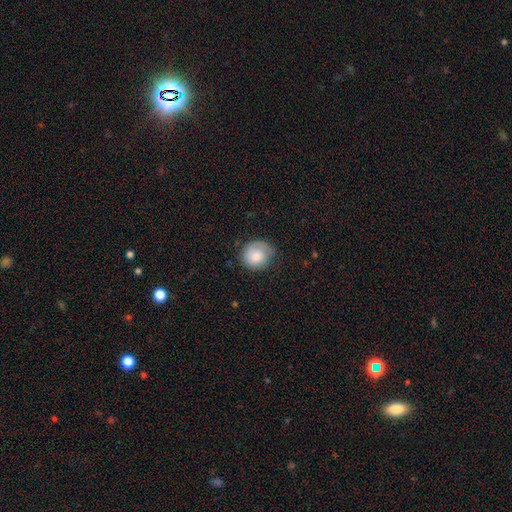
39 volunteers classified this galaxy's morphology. Volunteers were most divided on "merging": none: 58%, minor disturbance: 29%, major disturbance: 11%, merger: 3%. More confident: how rounded — round (81%); smooth or featured — smooth (79%).